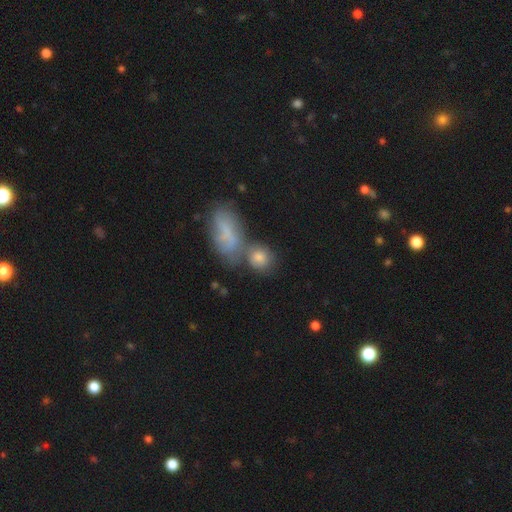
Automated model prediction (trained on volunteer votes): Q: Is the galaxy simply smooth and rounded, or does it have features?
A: smooth — 57%.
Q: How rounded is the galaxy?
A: round — 47%.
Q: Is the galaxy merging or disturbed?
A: none — 51%.